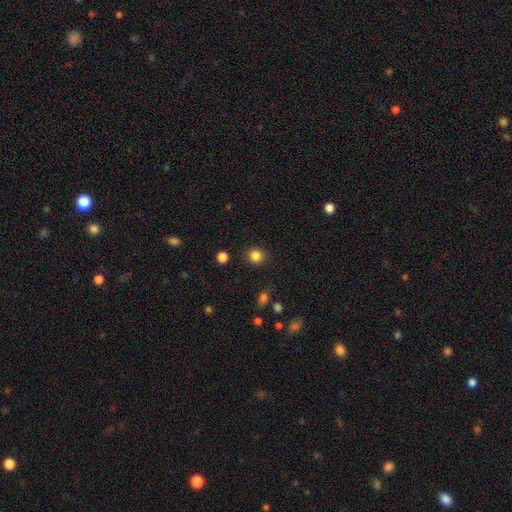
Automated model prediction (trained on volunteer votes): A smooth galaxy with no disk features (85%) that is round (89%).

Vote fractions:
- Smooth or featured? smooth: 85% / star or artifact: 11% / featured or disk: 4%
- How rounded? round: 89% / in between: 10% / cigar-shaped: 1%
- Merging? none: 89% / minor disturbance: 7% / major disturbance: 3% / merger: 2%